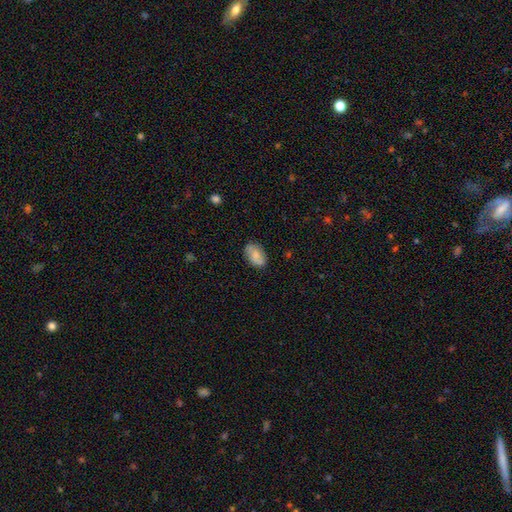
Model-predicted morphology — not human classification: A smooth galaxy with no disk features (69%) that is in between round and cigar-shaped (89%).

Vote fractions:
- Smooth or featured? smooth: 69% / featured or disk: 24% / star or artifact: 7%
- How rounded? in between: 89% / round: 9% / cigar-shaped: 2%
- Merging? none: 79% / minor disturbance: 16% / major disturbance: 3% / merger: 2%